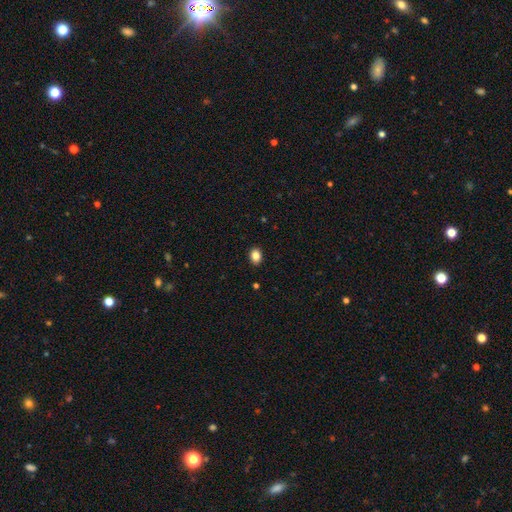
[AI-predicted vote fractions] Morphology: type=smooth (86%); roundness=in between (69%); merging=none (90%).